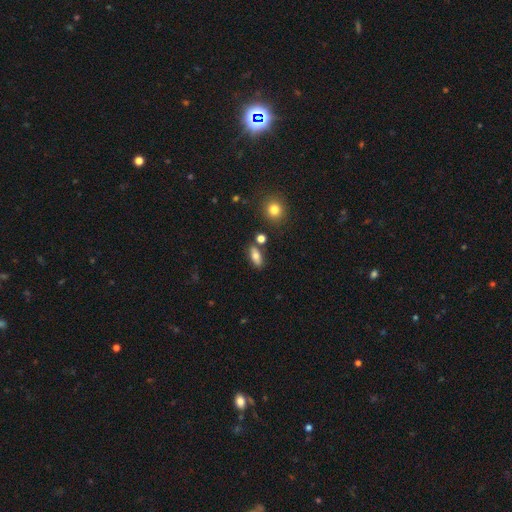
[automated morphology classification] type=smooth (74%); roundness=in between (77%); merging=none (77%).